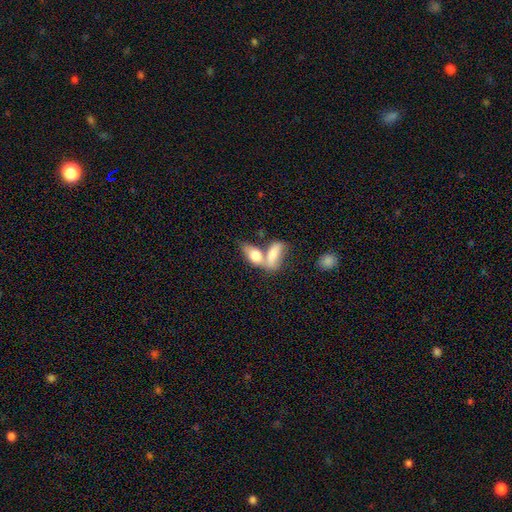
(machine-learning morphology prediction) Overall: smooth (73%). How rounded: in between (81%). Merging: merger (66%).